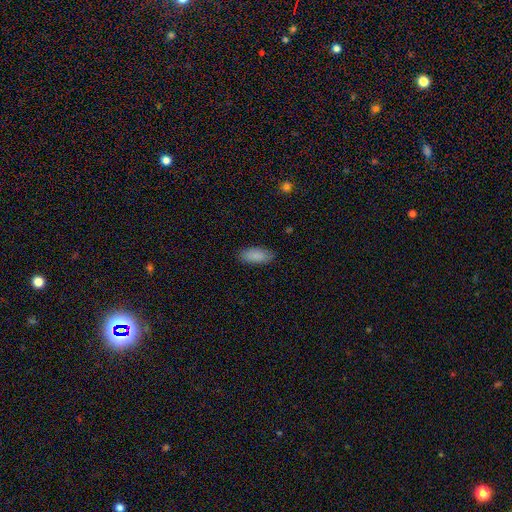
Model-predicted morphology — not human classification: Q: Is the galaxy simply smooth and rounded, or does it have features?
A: smooth — 88%.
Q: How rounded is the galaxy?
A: in between — 86%.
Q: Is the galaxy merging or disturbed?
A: none — 85%.